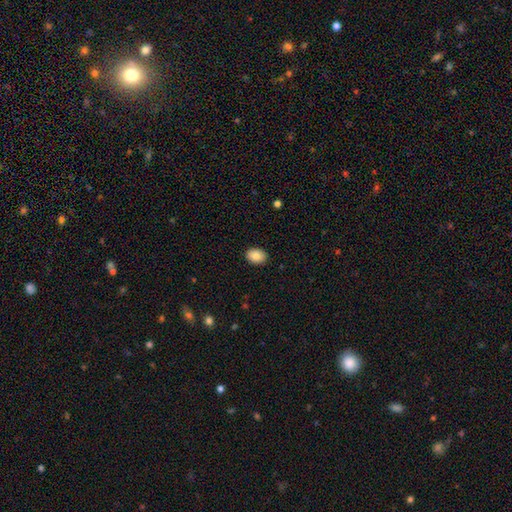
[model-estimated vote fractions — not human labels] Smooth or featured: smooth — 87% (star or artifact — 8%)
How rounded: in between — 76% (round — 23%)
Merging: none — 90% (minor disturbance — 8%)